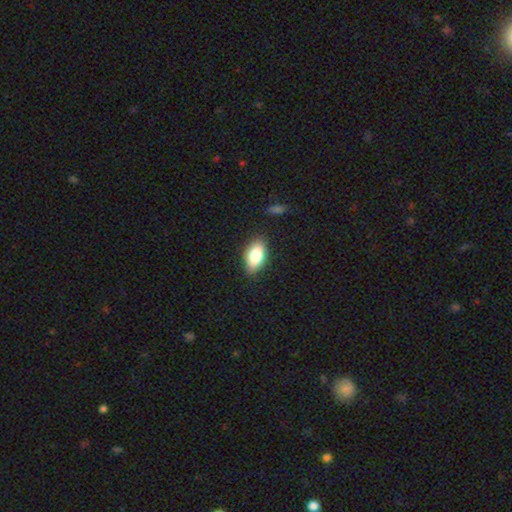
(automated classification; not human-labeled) Overall: smooth (82%). How rounded: in between (90%). Merging: none (84%).